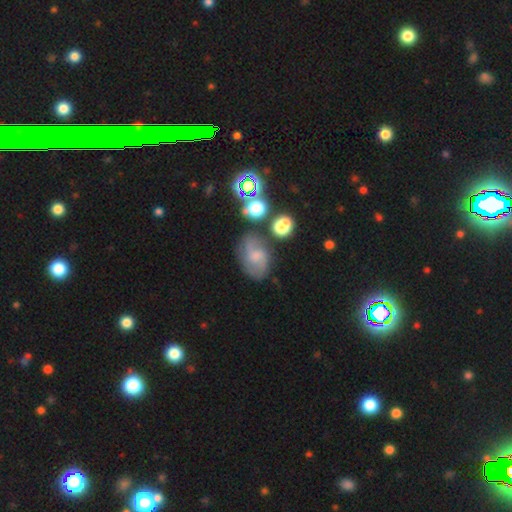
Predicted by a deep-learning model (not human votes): The model was most divided on "bar": no: 48%, weak: 45%, strong: 8%. Remaining: edge-on disk — no (97%); spiral arms — yes (86%); merging — none (63%); smooth or featured — featured or disk (58%); bulge size — small (37%).